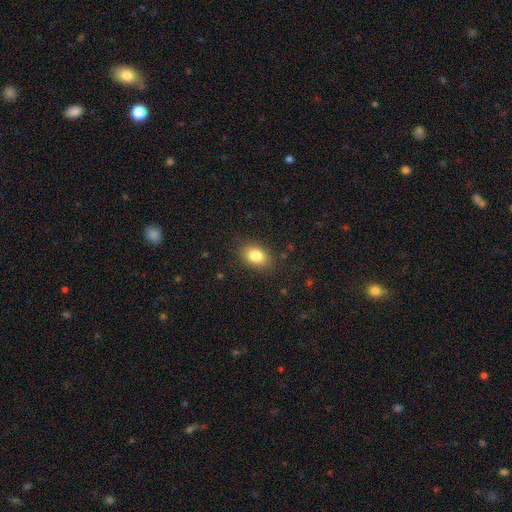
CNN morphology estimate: The model was most divided on "how rounded": in between: 81%, round: 18%, cigar-shaped: 1%. More confident: merging — none (86%); smooth or featured — smooth (83%).